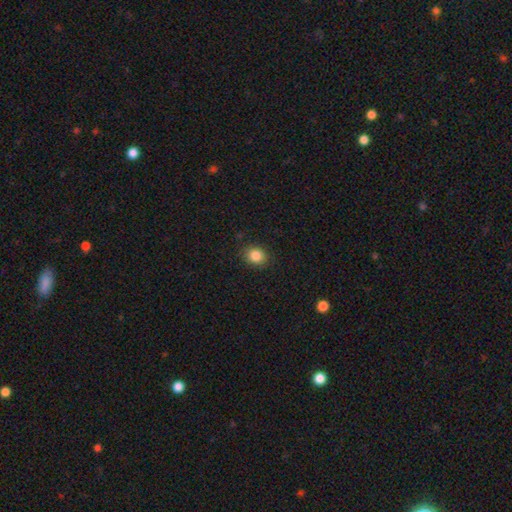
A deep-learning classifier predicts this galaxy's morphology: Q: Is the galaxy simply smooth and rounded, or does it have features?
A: smooth — 85%.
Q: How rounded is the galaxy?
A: round — 66%.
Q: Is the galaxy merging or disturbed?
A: none — 88%.